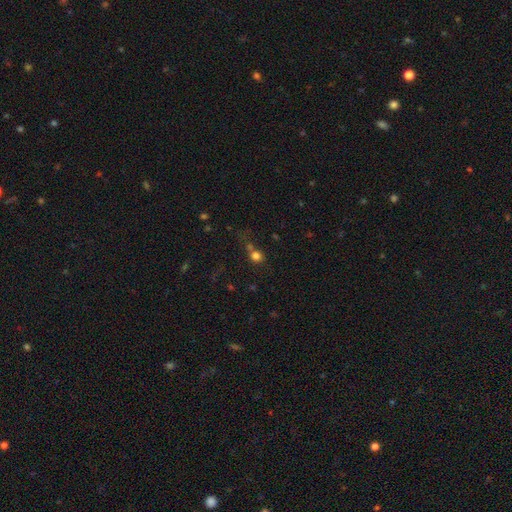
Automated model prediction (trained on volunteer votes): This is likely a smooth galaxy (76%). How rounded: likely round (77%). Merging: possibly none (54%).